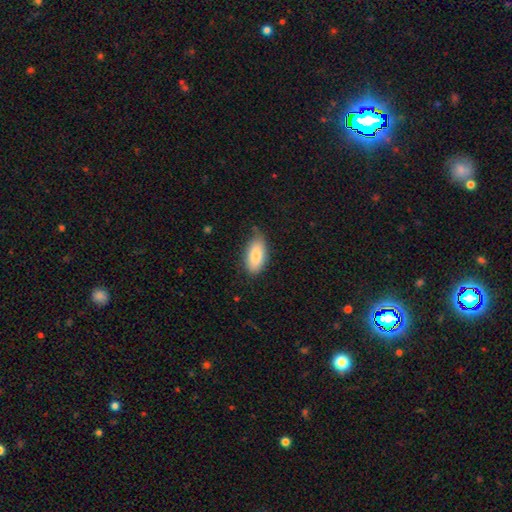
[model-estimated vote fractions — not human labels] Smooth or featured?
  - smooth: 81% *
  - featured or disk: 12%
  - star or artifact: 7%
How rounded?
  - in between: 91% *
  - cigar-shaped: 7%
  - round: 3%
Merging?
  - none: 68% *
  - minor disturbance: 26%
  - major disturbance: 4%
  - merger: 2%